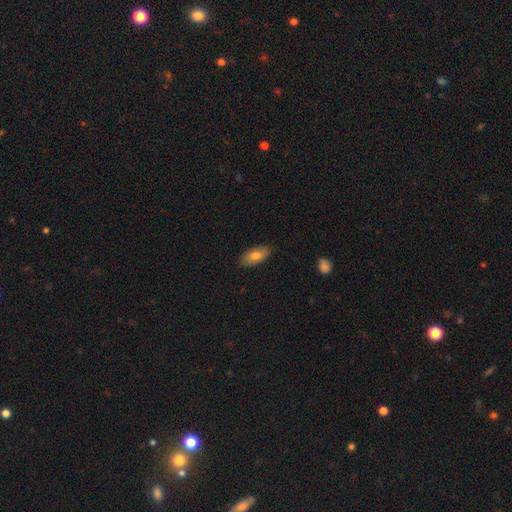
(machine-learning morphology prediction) A smooth galaxy with no disk features (75%) that is in between round and cigar-shaped (90%).

Vote fractions:
- Smooth or featured? smooth: 75% / featured or disk: 19% / star or artifact: 6%
- How rounded? in between: 90% / cigar-shaped: 7% / round: 3%
- Merging? none: 86% / minor disturbance: 11% / major disturbance: 2% / merger: 1%